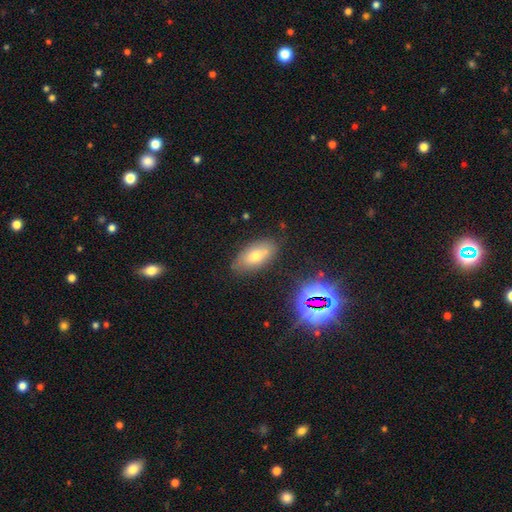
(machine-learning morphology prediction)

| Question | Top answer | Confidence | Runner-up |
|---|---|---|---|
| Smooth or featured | smooth | 61% | featured or disk (22%) |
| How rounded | in between | 90% | round (5%) |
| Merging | none | 79% | minor disturbance (15%) |